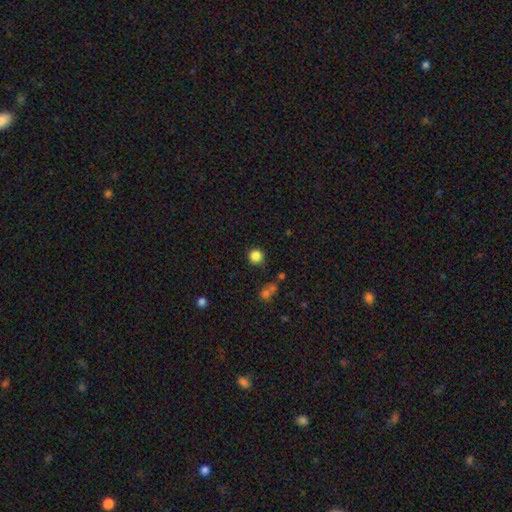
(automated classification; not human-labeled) Smooth or featured: smooth — 84% (star or artifact — 12%)
How rounded: round — 94% (in between — 5%)
Merging: none — 85% (minor disturbance — 8%)